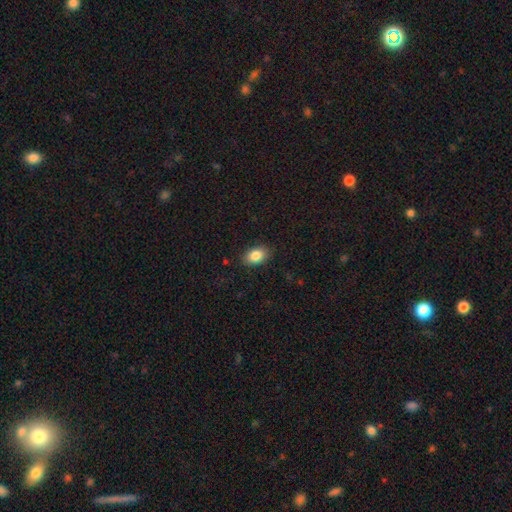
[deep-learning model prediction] The model was most divided on "how rounded": in between: 84%, round: 14%, cigar-shaped: 1%. More confident: merging — none (87%); smooth or featured — smooth (85%).